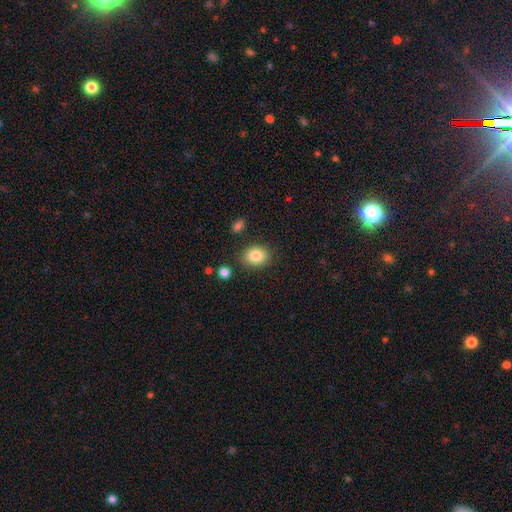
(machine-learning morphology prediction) Q: Smooth or featured?
A: smooth (84%); runner-up: star or artifact (9%)
Q: How rounded?
A: in between (56%); runner-up: round (43%)
Q: Merging?
A: none (83%); runner-up: minor disturbance (11%)